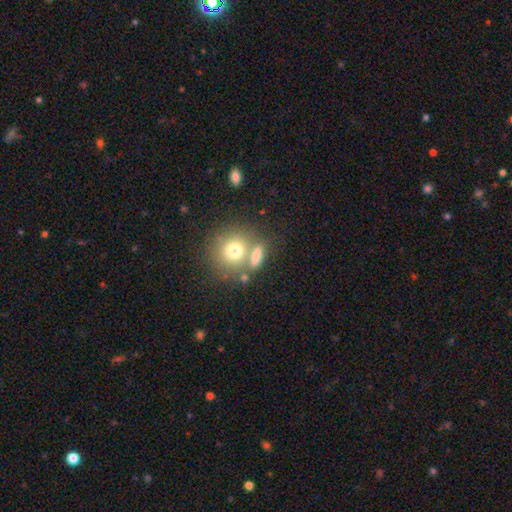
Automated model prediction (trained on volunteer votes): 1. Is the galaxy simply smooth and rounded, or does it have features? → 73% smooth, 15% featured or disk, 11% star or artifact.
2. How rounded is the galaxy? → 60% round, 33% in between, 7% cigar-shaped.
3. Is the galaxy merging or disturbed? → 49% none, 34% merger, 11% minor disturbance, 6% major disturbance.